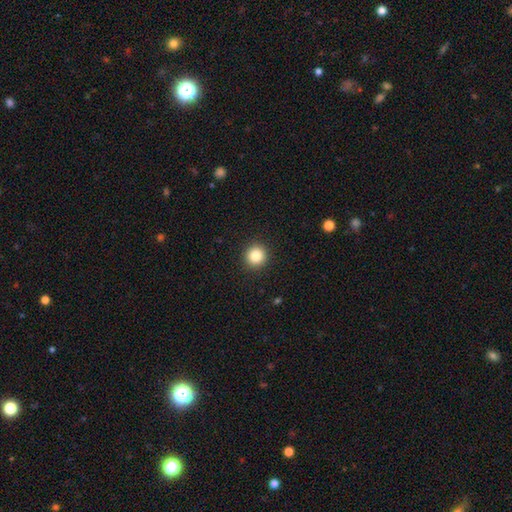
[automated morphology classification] Smooth or featured? Predicted: smooth (p=0.85). How rounded? Predicted: round (p=0.94). Merging? Predicted: none (p=0.92).